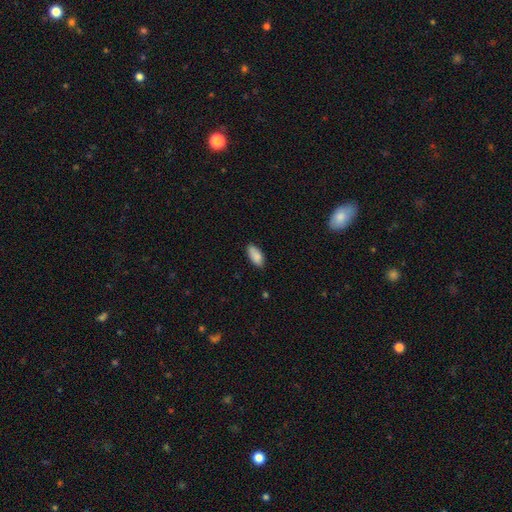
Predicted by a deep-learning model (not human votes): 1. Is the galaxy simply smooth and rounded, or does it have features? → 88% smooth, 6% star or artifact, 6% featured or disk.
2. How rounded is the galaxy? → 88% in between, 10% cigar-shaped, 2% round.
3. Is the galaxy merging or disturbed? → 84% none, 13% minor disturbance, 2% major disturbance, 1% merger.